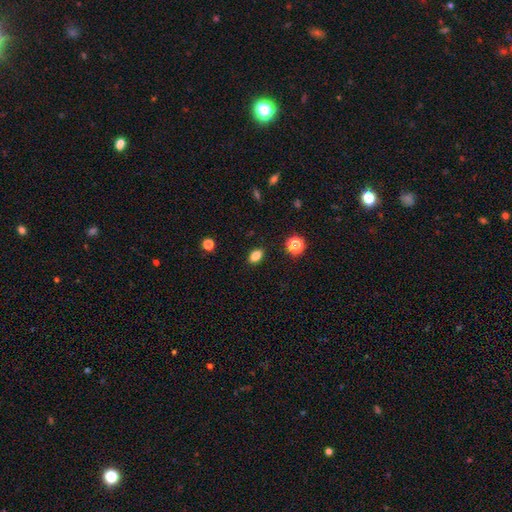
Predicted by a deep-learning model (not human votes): smooth-or-featured: smooth: 83% | star or artifact: 11% | featured or disk: 6%
  how-rounded: in between: 82% | round: 16% | cigar-shaped: 3%
  merging: none: 88% | minor disturbance: 9% | major disturbance: 2% | merger: 1%